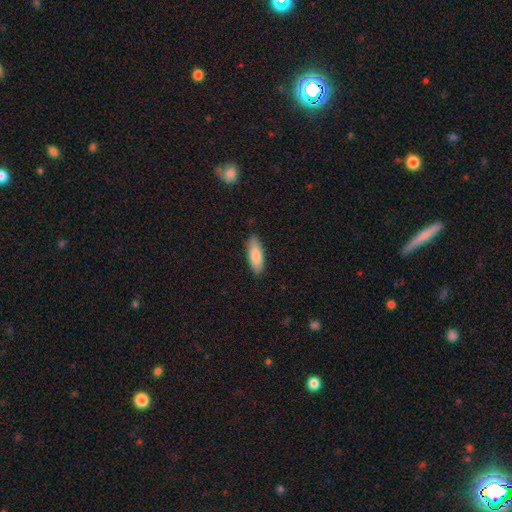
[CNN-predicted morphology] Q: Smooth or featured?
A: smooth (83%); runner-up: featured or disk (11%)
Q: How rounded?
A: in between (64%); runner-up: cigar-shaped (34%)
Q: Merging?
A: none (88%); runner-up: minor disturbance (9%)